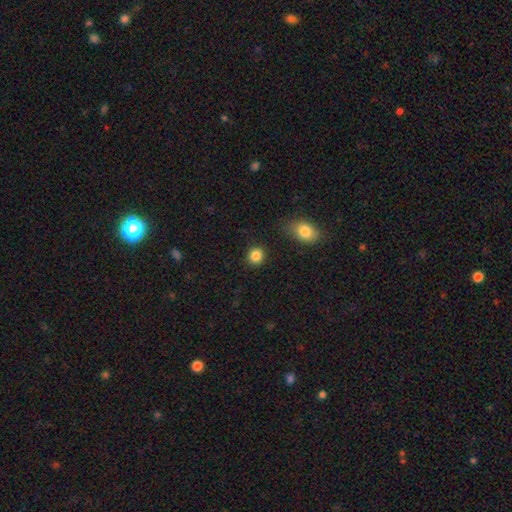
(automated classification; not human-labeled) This appears to be a smooth galaxy with no disk features (86%) that is round (86%). Merging: none (90%).